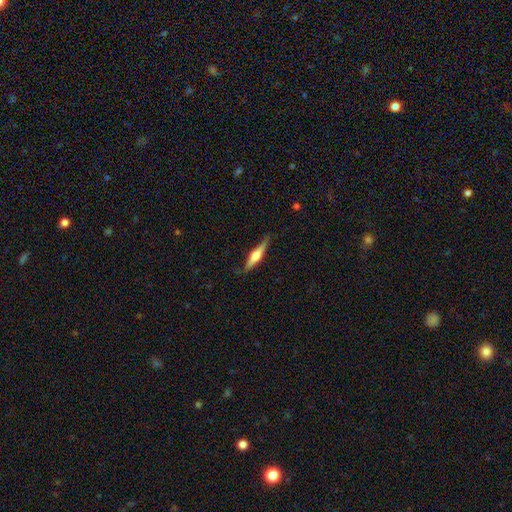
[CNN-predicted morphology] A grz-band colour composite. It shows a featured or disk galaxy (57%) viewed edge-on (96%) with a rounded central bulge (87%). Merging: none (79%).